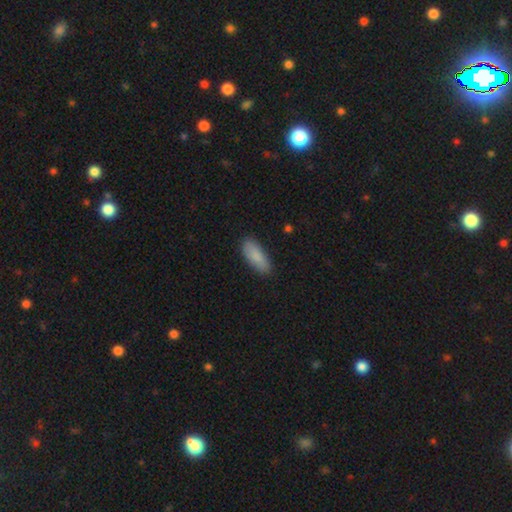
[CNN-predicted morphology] The model was most divided on "how rounded": in between: 75%, cigar-shaped: 23%, round: 2%. More confident: smooth or featured — smooth (88%); merging — none (84%).